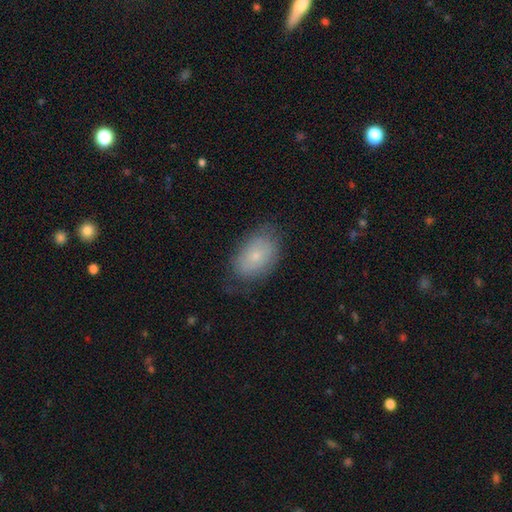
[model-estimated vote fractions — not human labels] smooth 71%, featured or disk 21%, star or artifact 8%. Down the decision tree: how rounded — in between (88%); merging — none (72%).